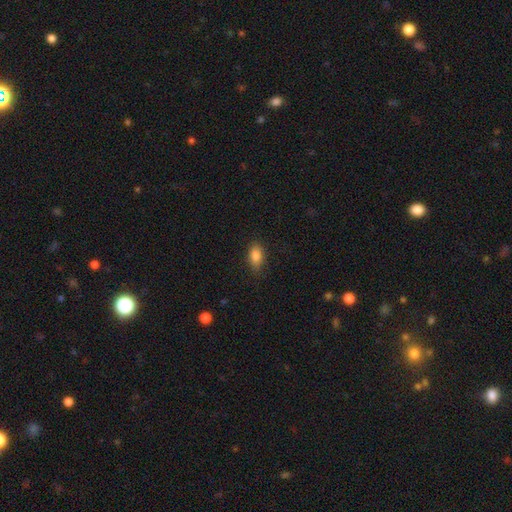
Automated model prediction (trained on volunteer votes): Smooth or featured?
  - smooth: 85% *
  - star or artifact: 9%
  - featured or disk: 7%
How rounded?
  - in between: 87% *
  - round: 8%
  - cigar-shaped: 5%
Merging?
  - none: 83% *
  - minor disturbance: 13%
  - major disturbance: 3%
  - merger: 1%